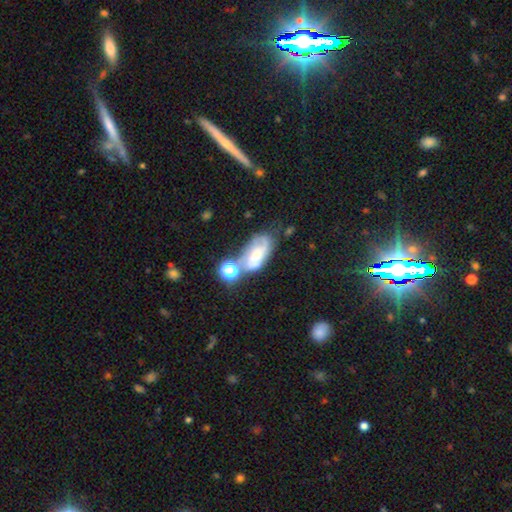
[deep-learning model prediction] smooth_or_featured: featured or disk (p=0.54) [alt: smooth p=0.33]
disk_edge_on: no (p=0.91) [alt: yes p=0.09]
merging: none (p=0.34) [alt: merger p=0.27]